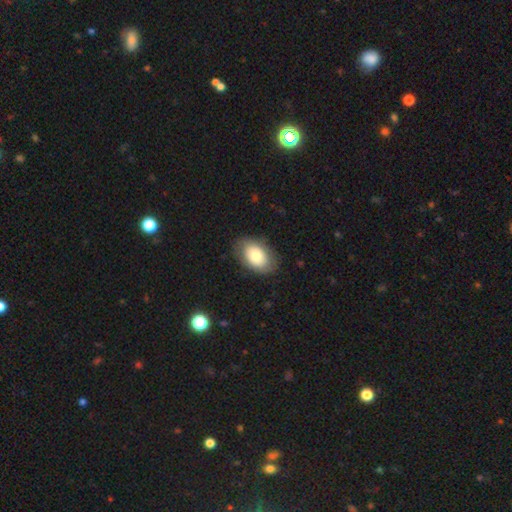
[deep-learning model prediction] Smooth or featured? smooth (75%)
How rounded? in between (88%)
Merging? none (82%)